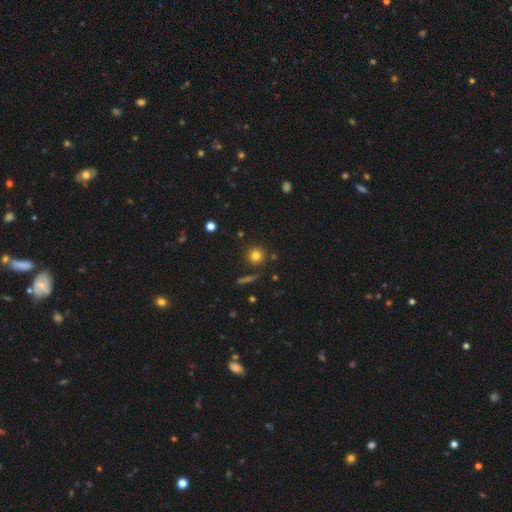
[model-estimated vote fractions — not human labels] smooth 78%, star or artifact 14%, featured or disk 8%. Down the decision tree: how rounded — round (93%); merging — none (85%).